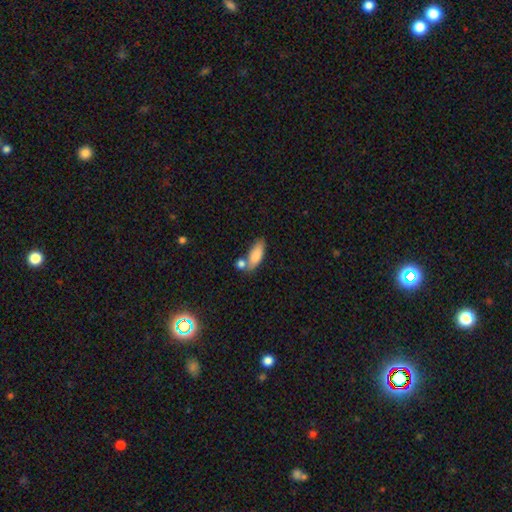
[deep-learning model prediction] Smooth or featured? Predicted: smooth (p=0.81). How rounded? Predicted: in between (p=0.76). Merging? Predicted: none (p=0.48).